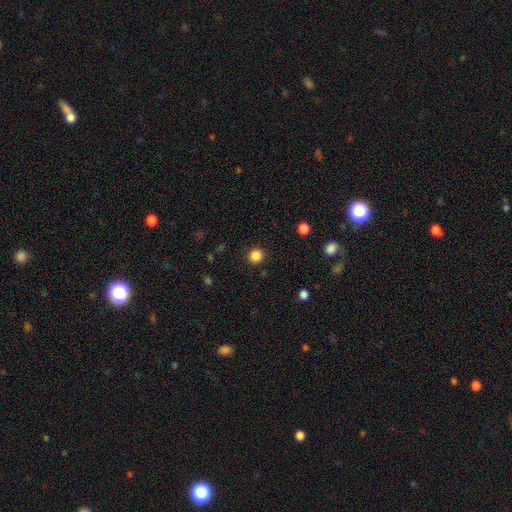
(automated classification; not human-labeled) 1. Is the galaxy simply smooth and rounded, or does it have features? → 85% smooth, 12% star or artifact, 3% featured or disk.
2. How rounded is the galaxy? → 93% round, 6% in between, 1% cigar-shaped.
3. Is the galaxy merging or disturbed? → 91% none, 5% minor disturbance, 2% major disturbance, 1% merger.